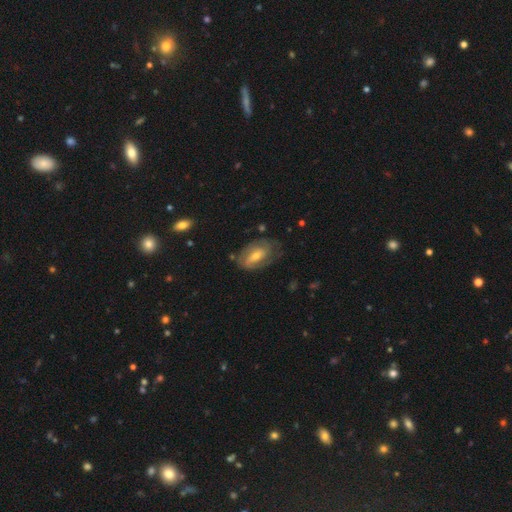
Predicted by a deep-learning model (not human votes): Smooth or featured? Predicted: featured or disk (p=0.65). Edge-on disk? Predicted: no (p=0.94). Bar? Predicted: weak (p=0.43). Spiral arms? Predicted: yes (p=0.77). Bulge size? Predicted: moderate (p=0.56). Merging? Predicted: none (p=0.64).